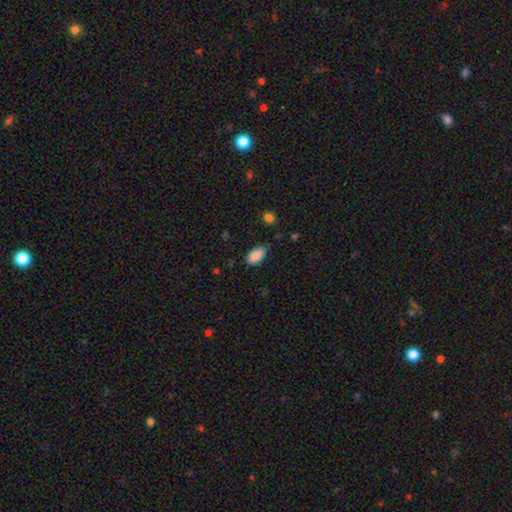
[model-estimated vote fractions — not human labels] Smooth or featured: smooth — 89% (star or artifact — 7%)
How rounded: in between — 94% (round — 3%)
Merging: none — 72% (minor disturbance — 23%)